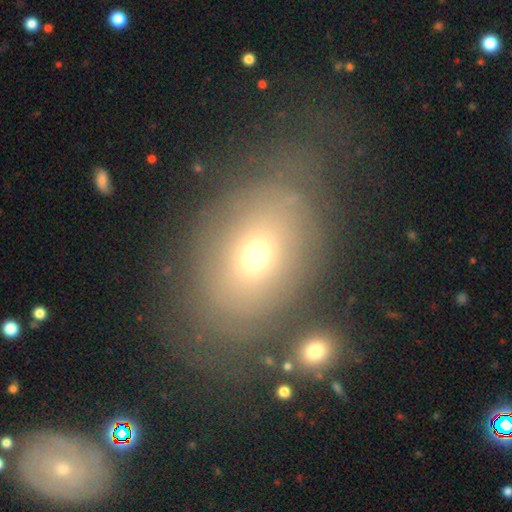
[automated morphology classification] A smooth galaxy with no disk features (60%) that is in between round and cigar-shaped (73%). Merging: none (62%).